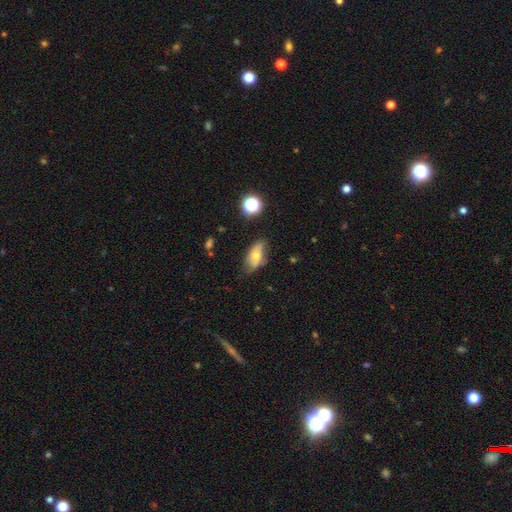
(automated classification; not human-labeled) Q: Smooth or featured?
A: smooth (52%); runner-up: featured or disk (38%)
Q: How rounded?
A: in between (86%); runner-up: round (7%)
Q: Merging?
A: none (60%); runner-up: minor disturbance (29%)